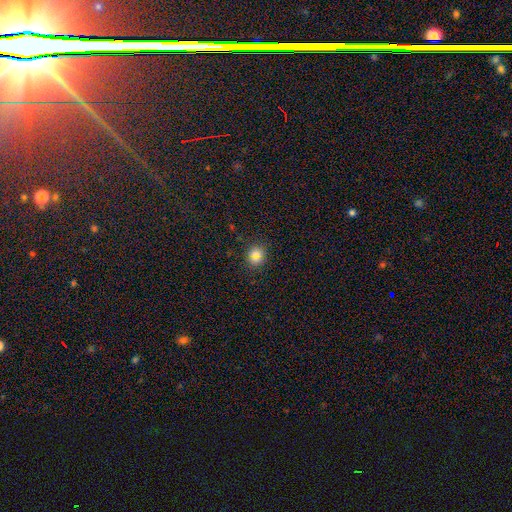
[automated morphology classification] The model was most divided on "smooth or featured": smooth: 68%, star or artifact: 24%, featured or disk: 7%. More confident: how rounded — round (86%); merging — none (86%).